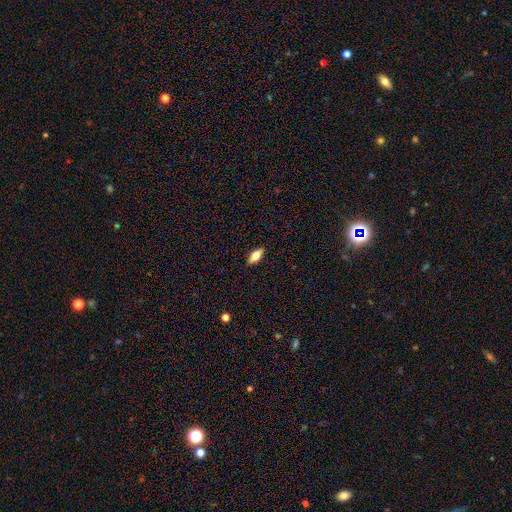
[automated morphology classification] Overall: smooth (62%; featured or disk 30%). How rounded: in between (77%). Merging: none (88%).